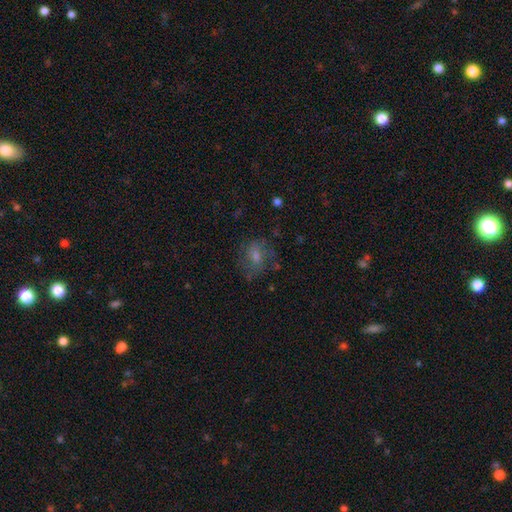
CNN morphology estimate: Smooth or featured?
  - featured or disk: 41% *
  - smooth: 40%
  - star or artifact: 20%
Merging?
  - none: 66% *
  - minor disturbance: 19%
  - major disturbance: 13%
  - merger: 2%